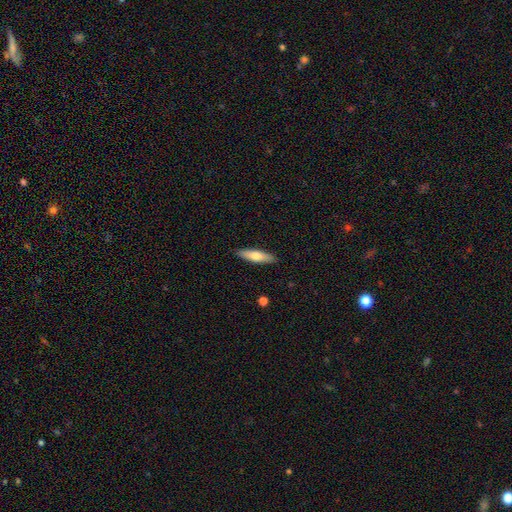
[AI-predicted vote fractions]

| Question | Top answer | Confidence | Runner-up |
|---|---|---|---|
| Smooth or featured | smooth | 65% | featured or disk (30%) |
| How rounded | cigar-shaped | 68% | in between (30%) |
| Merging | none | 90% | minor disturbance (7%) |